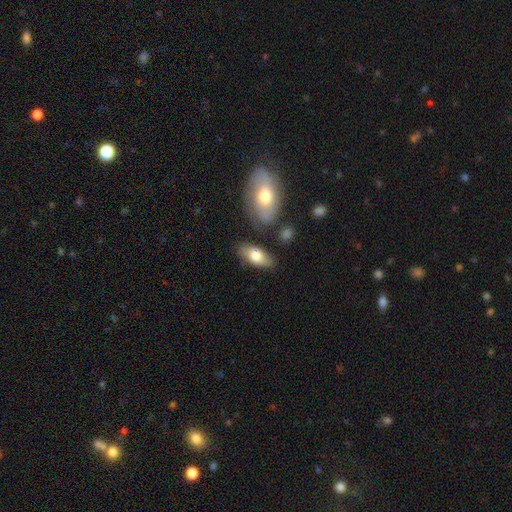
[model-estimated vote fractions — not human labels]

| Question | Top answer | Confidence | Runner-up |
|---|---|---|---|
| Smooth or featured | smooth | 74% | featured or disk (20%) |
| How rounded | in between | 88% | cigar-shaped (9%) |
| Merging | none | 76% | minor disturbance (14%) |